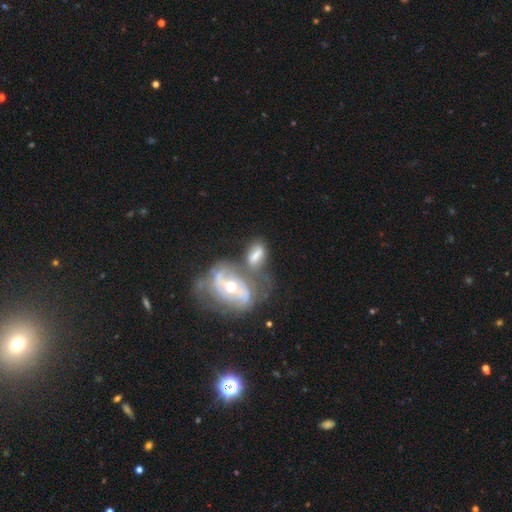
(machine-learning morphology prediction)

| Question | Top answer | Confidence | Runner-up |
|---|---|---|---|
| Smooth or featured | featured or disk | 52% | smooth (39%) |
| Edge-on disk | no | 92% | yes (8%) |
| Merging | merger | 47% | none (27%) |